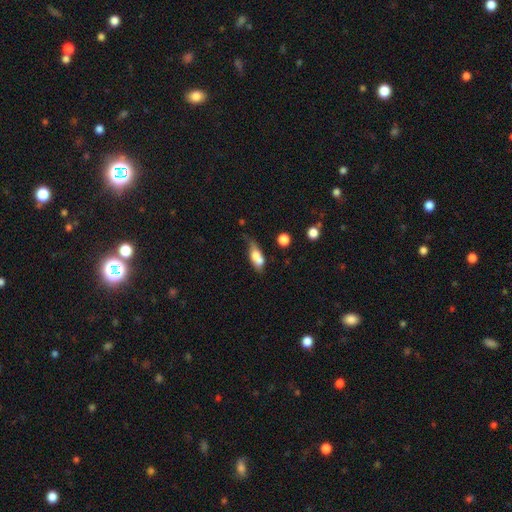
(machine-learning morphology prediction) This is likely a smooth galaxy (65%). How rounded: likely in between (69%). Merging: marginally none (31%).